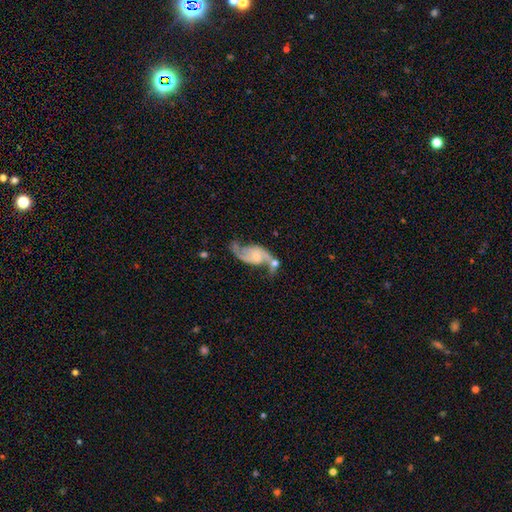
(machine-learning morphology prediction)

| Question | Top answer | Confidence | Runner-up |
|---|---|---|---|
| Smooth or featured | featured or disk | 88% | smooth (7%) |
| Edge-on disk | no | 97% | yes (3%) |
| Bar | no | 53% | weak (38%) |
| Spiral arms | yes | 96% | no (4%) |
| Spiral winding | loose | 70% | medium (25%) |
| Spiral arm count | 2 | 93% | 1 (2%) |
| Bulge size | small | 45% | none (25%) |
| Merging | none | 49% | merger (21%) |